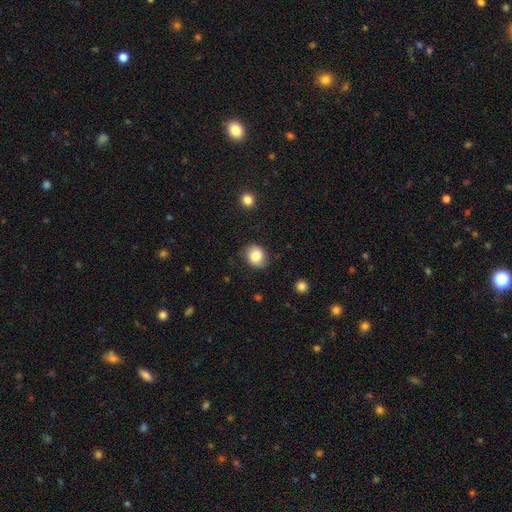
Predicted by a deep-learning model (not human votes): smooth-or-featured: smooth: 82% | featured or disk: 10% | star or artifact: 8%
  how-rounded: round: 62% | in between: 37% | cigar-shaped: 1%
  merging: none: 80% | minor disturbance: 15% | major disturbance: 4% | merger: 1%